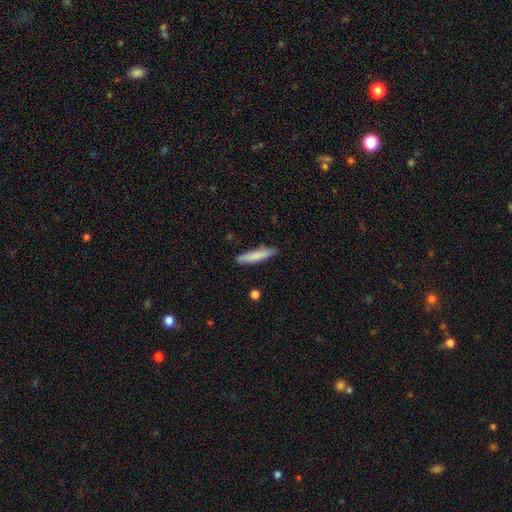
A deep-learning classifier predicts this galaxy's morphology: Smooth or featured? Predicted: smooth (p=0.80). How rounded? Predicted: cigar-shaped (p=0.88). Merging? Predicted: none (p=0.85).